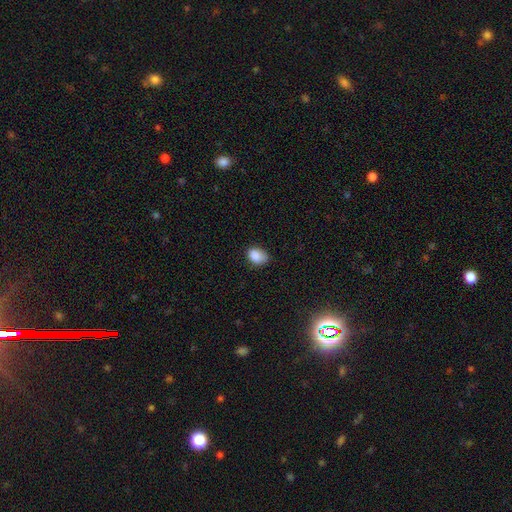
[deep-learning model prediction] This appears to be a smooth galaxy with no disk features (86%) that is in between round and cigar-shaped (75%). Merging: none (65%).